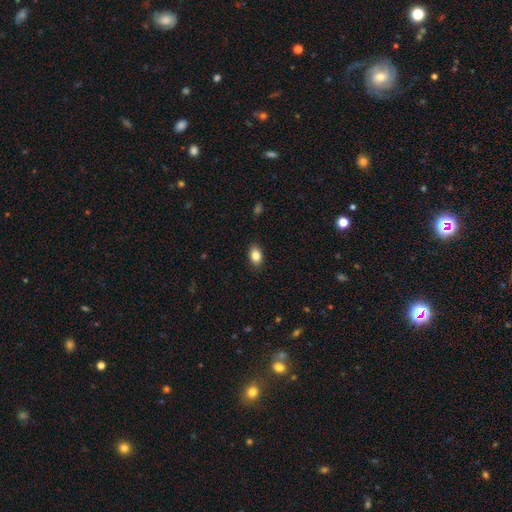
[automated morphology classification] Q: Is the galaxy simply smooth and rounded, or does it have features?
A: smooth — 84%.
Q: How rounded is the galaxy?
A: in between — 84%.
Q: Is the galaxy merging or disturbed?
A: none — 88%.